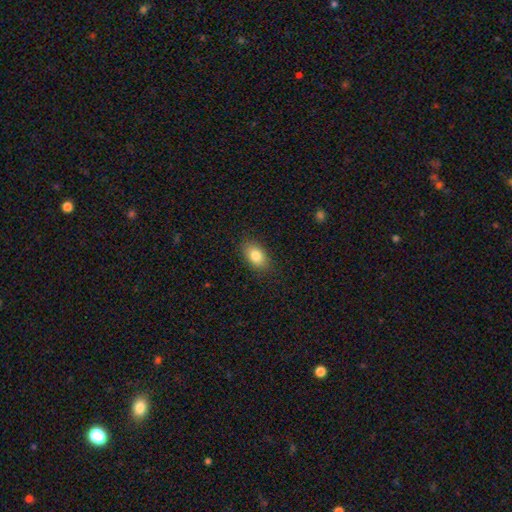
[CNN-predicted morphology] The model was most divided on "smooth or featured": smooth: 83%, featured or disk: 9%, star or artifact: 8%. More confident: how rounded — in between (89%); merging — none (86%).